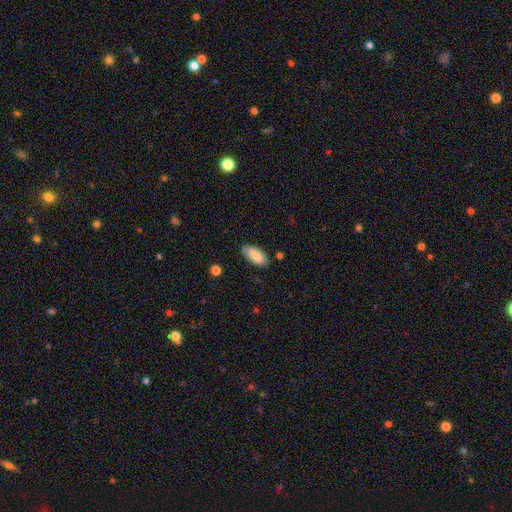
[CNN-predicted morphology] A smooth galaxy with no disk features (84%) that is in between round and cigar-shaped (90%). Merging: none (78%).